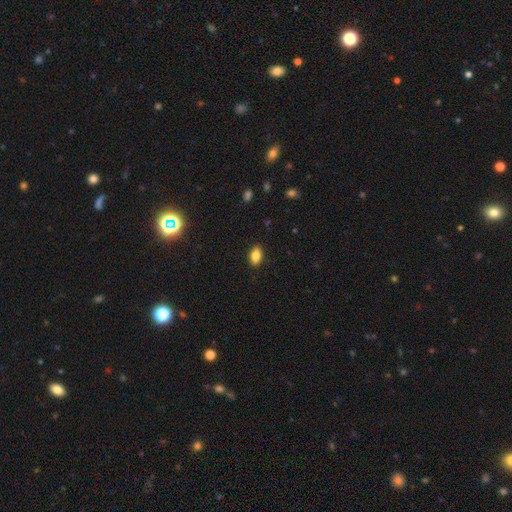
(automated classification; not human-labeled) Smooth or featured? smooth (83%)
How rounded? in between (89%)
Merging? none (89%)